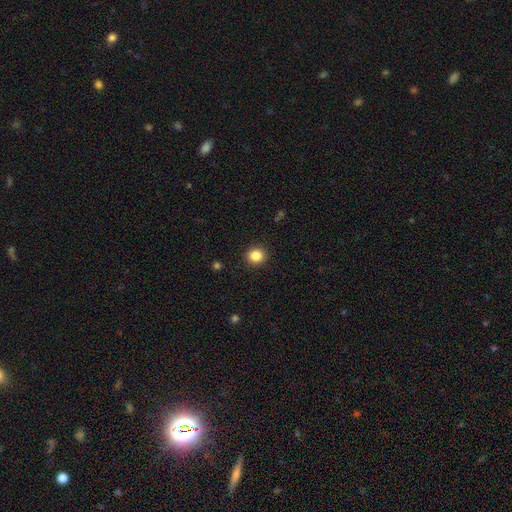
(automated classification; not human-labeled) This is clearly a smooth galaxy (85%). How rounded: clearly round (85%). Merging: clearly none (91%).